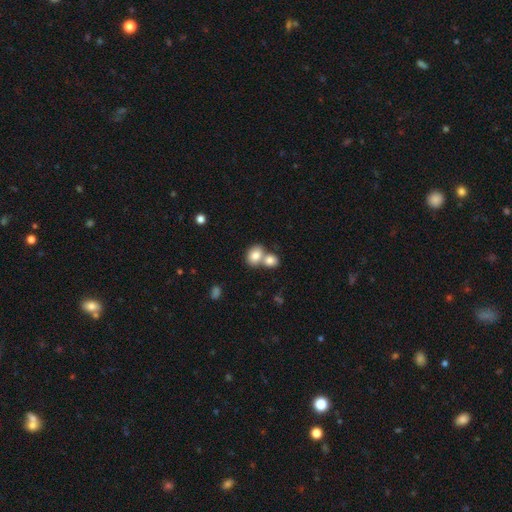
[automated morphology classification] A smooth galaxy with no disk features (81%) that is in between round and cigar-shaped (58%).

Vote fractions:
- Smooth or featured? smooth: 81% / featured or disk: 11% / star or artifact: 8%
- How rounded? in between: 58% / round: 41% / cigar-shaped: 1%
- Merging? merger: 57% / none: 33% / minor disturbance: 7% / major disturbance: 3%